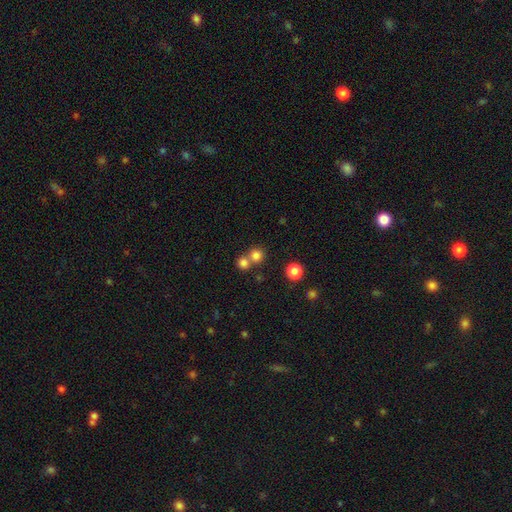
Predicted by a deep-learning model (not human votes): smooth-or-featured: smooth: 79% | star or artifact: 14% | featured or disk: 7%
  how-rounded: round: 91% | in between: 8% | cigar-shaped: 1%
  merging: none: 56% | merger: 37% | minor disturbance: 5% | major disturbance: 2%